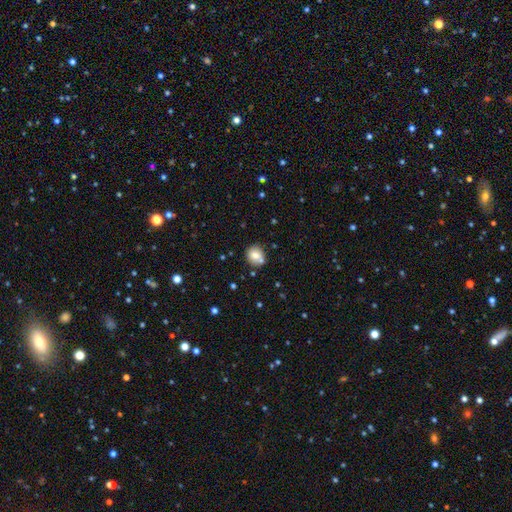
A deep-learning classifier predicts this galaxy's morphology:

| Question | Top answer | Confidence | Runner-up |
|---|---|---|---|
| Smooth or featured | smooth | 76% | featured or disk (14%) |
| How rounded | round | 84% | in between (15%) |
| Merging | none | 70% | minor disturbance (14%) |